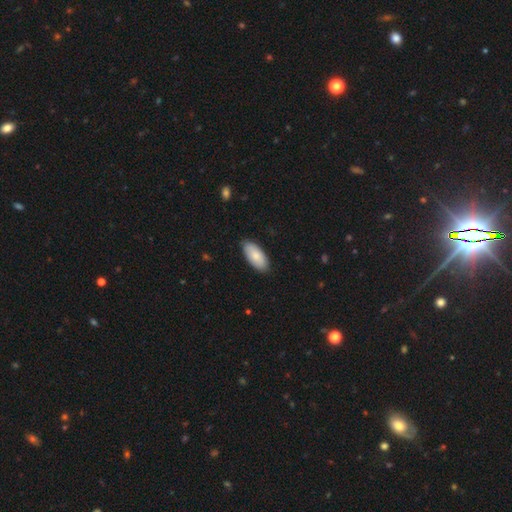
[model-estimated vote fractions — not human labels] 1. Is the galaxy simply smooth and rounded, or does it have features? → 82% smooth, 13% featured or disk, 5% star or artifact.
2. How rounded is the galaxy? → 93% in between, 6% cigar-shaped, 2% round.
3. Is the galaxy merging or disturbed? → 86% none, 11% minor disturbance, 2% major disturbance, 1% merger.